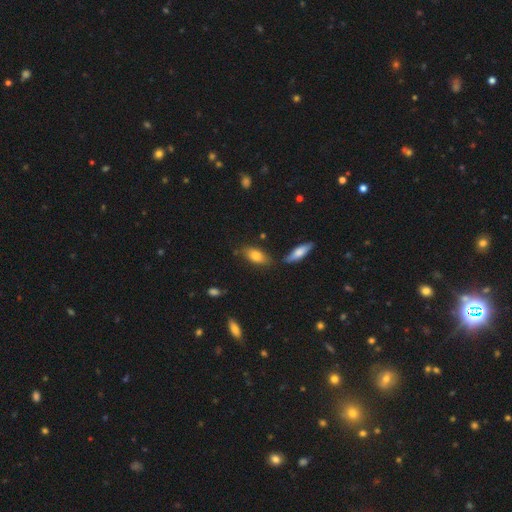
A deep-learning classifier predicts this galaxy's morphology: smooth 79%, featured or disk 14%, star or artifact 7%. Down the decision tree: how rounded — in between (83%); merging — none (70%).